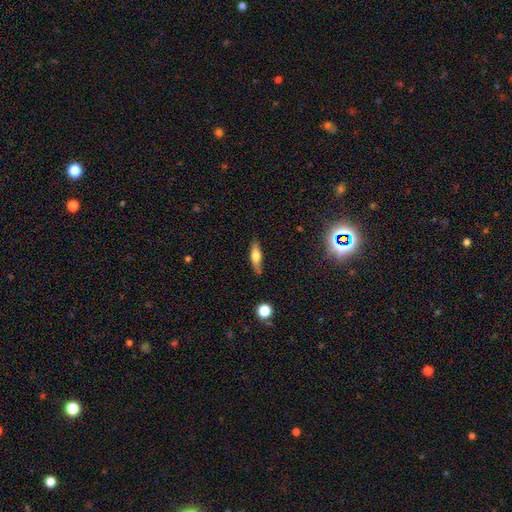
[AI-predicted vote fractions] Morphology: type=smooth (58%); roundness=cigar-shaped (52%); merging=none (77%).